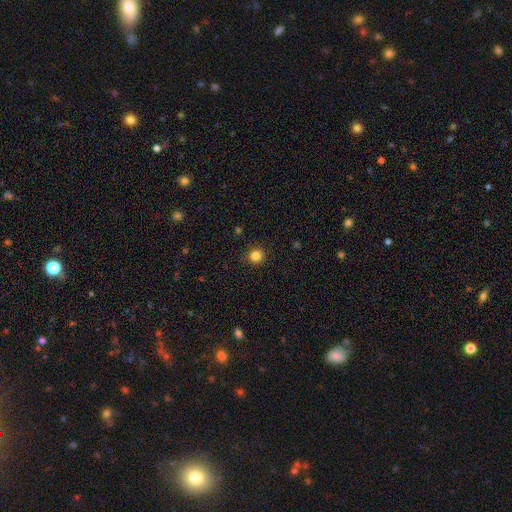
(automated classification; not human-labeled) This is clearly a smooth galaxy (84%). How rounded: clearly round (92%). Merging: clearly none (91%).